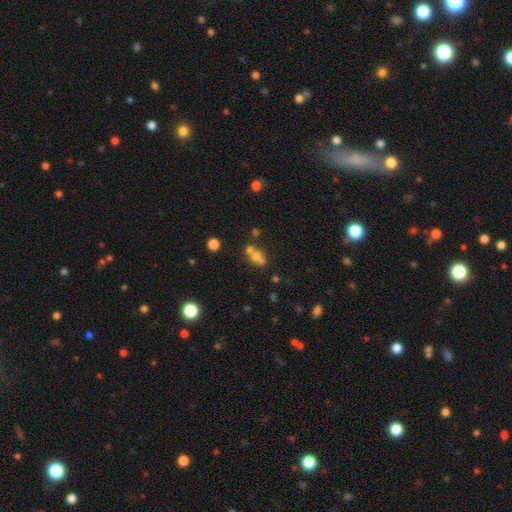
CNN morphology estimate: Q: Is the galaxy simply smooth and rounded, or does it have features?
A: smooth — 59%.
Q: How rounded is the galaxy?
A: round — 64%.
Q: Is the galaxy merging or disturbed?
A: merger — 51%.